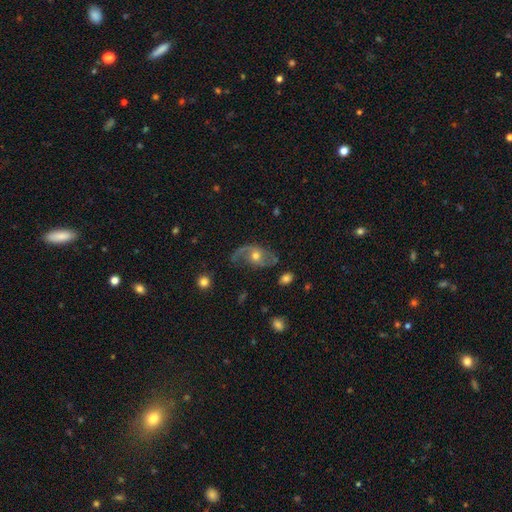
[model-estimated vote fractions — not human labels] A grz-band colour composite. It shows a featured or disk galaxy (71%) with no bar (69%), 2 (68%) loose (59%) spiral arms (86%) and a moderate central bulge (66%). Merging: none (50%).